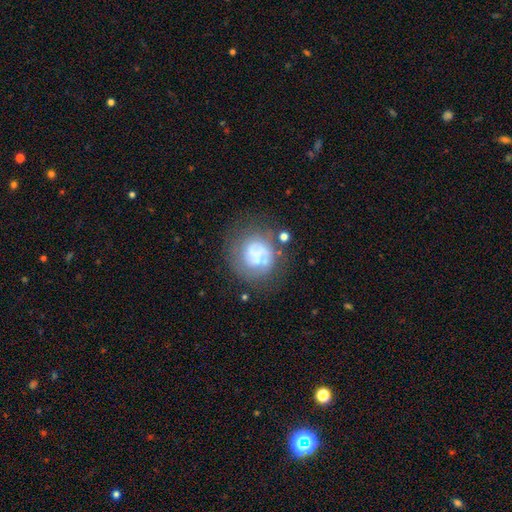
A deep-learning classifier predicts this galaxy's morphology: This is possibly a featured or disk galaxy (54%). It is clearly not viewed edge-on (98%). Bar: likely no (77%). Spiral arm pattern: possibly yes (52%). Central bulge: possibly none (46%). Merging: possibly none (57%).